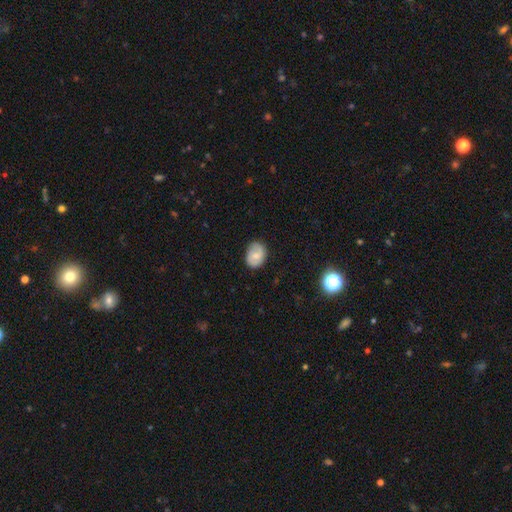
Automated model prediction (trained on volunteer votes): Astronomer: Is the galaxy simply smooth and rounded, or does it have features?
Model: smooth — 61%.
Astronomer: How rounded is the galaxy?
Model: in between — 66%.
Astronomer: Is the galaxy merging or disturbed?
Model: none — 82%.